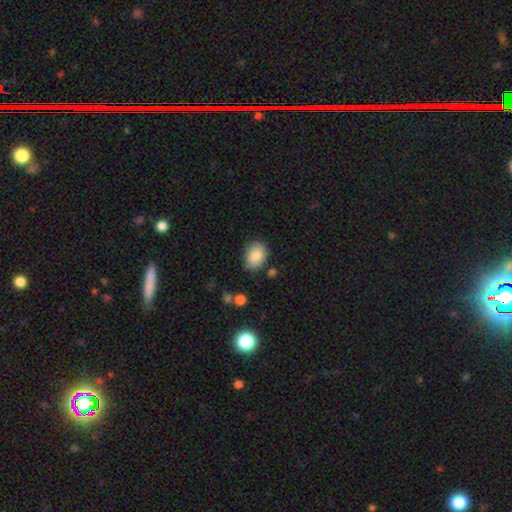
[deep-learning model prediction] Smooth or featured: smooth — 84% (featured or disk — 8%)
How rounded: in between — 68% (round — 31%)
Merging: none — 74% (minor disturbance — 19%)